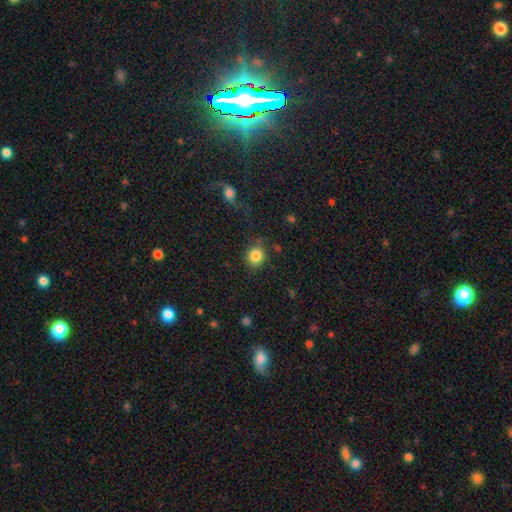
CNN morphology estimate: Q: Smooth or featured?
A: smooth (84%); runner-up: star or artifact (10%)
Q: How rounded?
A: round (80%); runner-up: in between (19%)
Q: Merging?
A: none (80%); runner-up: minor disturbance (12%)